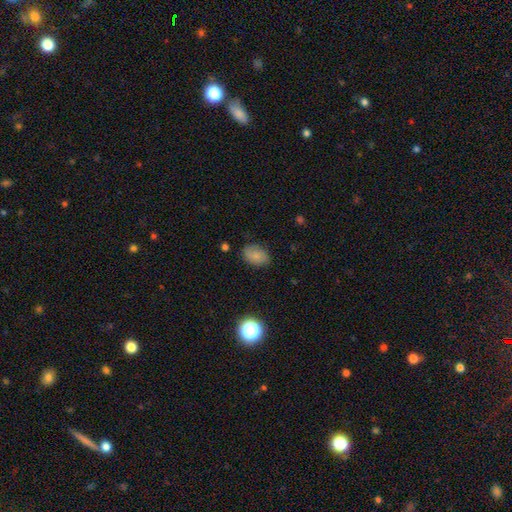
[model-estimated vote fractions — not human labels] The model was most divided on "how rounded": in between: 83%, round: 16%, cigar-shaped: 1%. More confident: merging — none (81%); smooth or featured — smooth (80%).